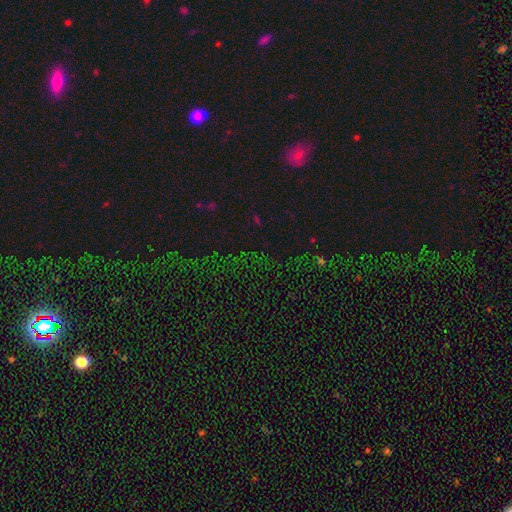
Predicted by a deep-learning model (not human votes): Smooth or featured? Predicted: star or artifact (p=0.74).